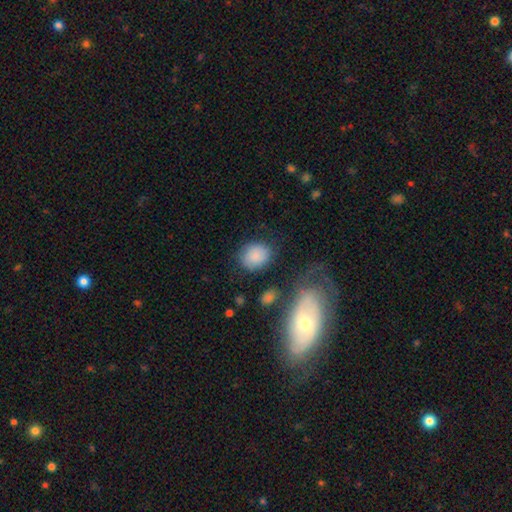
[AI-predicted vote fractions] smooth_or_featured: smooth (p=0.86) [alt: star or artifact p=0.08]
how_rounded: round (p=0.50) [alt: in between p=0.49]
merging: none (p=0.76) [alt: minor disturbance p=0.14]